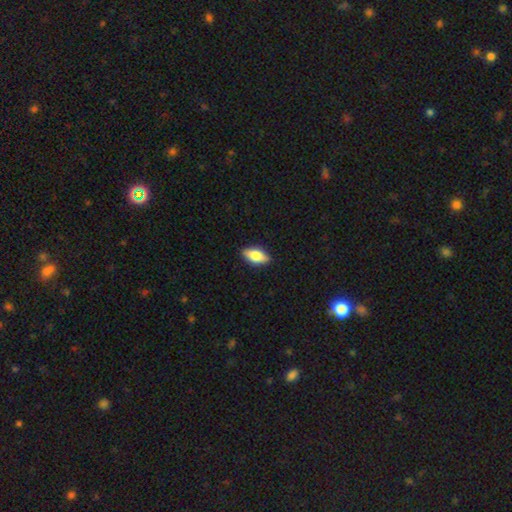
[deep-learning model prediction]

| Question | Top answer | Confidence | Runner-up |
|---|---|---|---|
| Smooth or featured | smooth | 69% | featured or disk (24%) |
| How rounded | in between | 83% | cigar-shaped (12%) |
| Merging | none | 88% | minor disturbance (9%) |